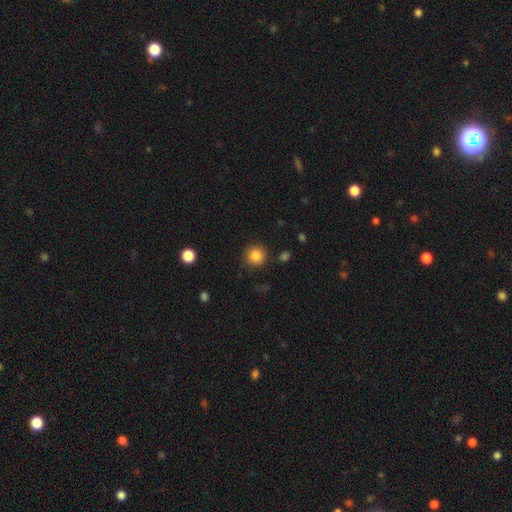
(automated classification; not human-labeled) Overall: smooth (85%). How rounded: round (94%). Merging: none (89%).